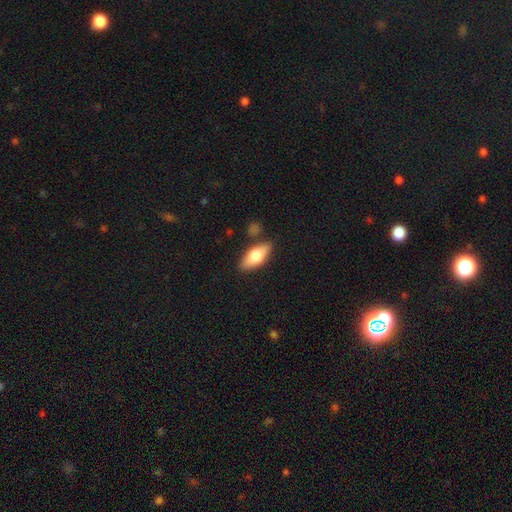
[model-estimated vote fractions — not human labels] Smooth or featured: smooth — 63% (featured or disk — 31%)
How rounded: in between — 78% (cigar-shaped — 19%)
Merging: none — 82% (minor disturbance — 12%)